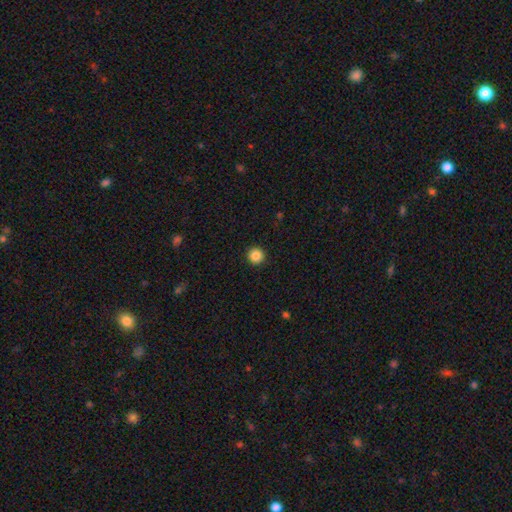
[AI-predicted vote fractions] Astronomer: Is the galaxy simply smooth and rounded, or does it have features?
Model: smooth — 87%.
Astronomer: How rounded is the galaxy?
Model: round — 96%.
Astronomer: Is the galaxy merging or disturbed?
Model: none — 93%.